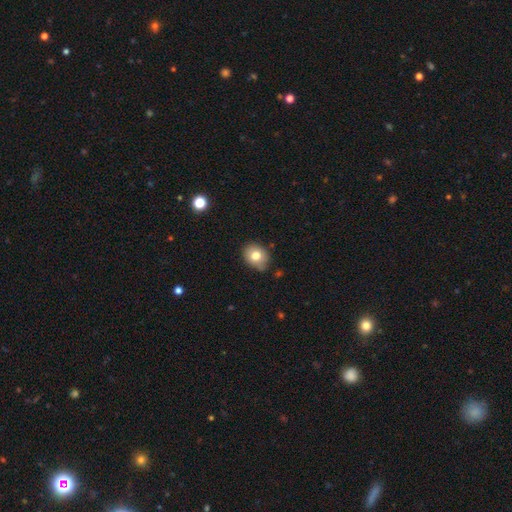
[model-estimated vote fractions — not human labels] Smooth or featured?
  - smooth: 77% *
  - featured or disk: 13%
  - star or artifact: 10%
How rounded?
  - round: 53% *
  - in between: 47%
  - cigar-shaped: 1%
Merging?
  - none: 77% *
  - minor disturbance: 18%
  - major disturbance: 3%
  - merger: 2%